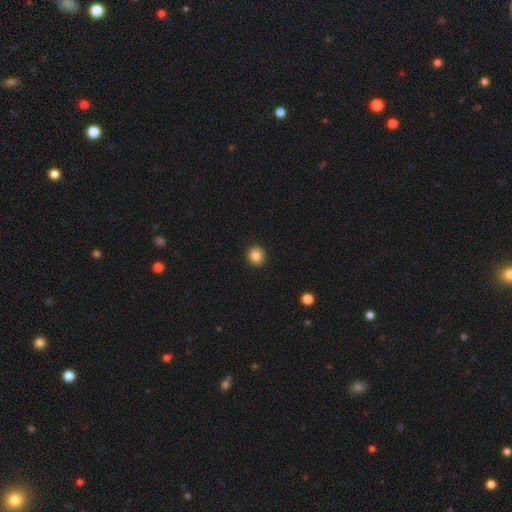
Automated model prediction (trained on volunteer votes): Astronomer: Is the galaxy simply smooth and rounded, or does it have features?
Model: smooth — 86%.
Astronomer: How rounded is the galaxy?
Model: round — 88%.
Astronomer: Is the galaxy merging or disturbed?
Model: none — 93%.